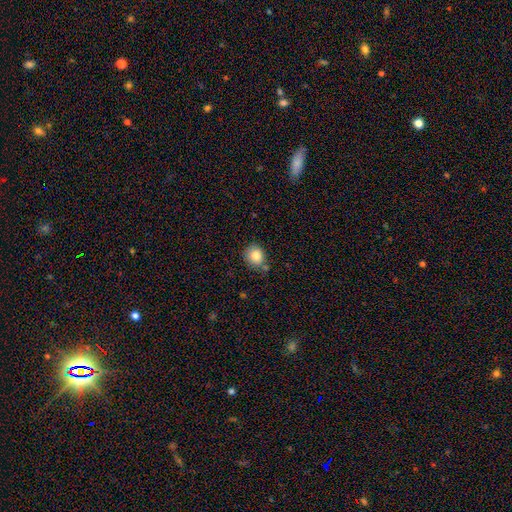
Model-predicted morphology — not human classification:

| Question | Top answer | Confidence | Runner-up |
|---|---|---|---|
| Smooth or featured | smooth | 83% | star or artifact (10%) |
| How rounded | round | 73% | in between (27%) |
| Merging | none | 72% | minor disturbance (17%) |